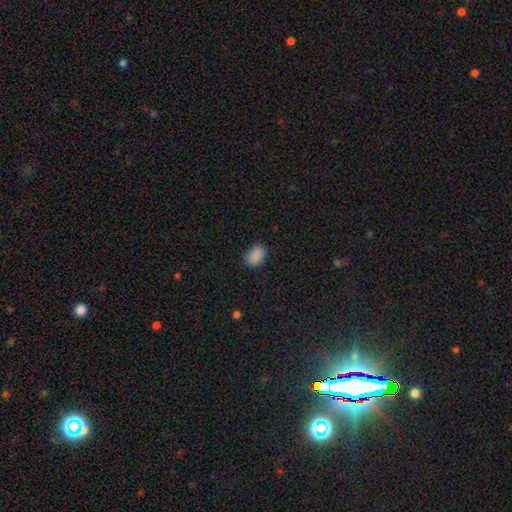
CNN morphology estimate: Smooth or featured?
  - smooth: 88% *
  - star or artifact: 9%
  - featured or disk: 3%
How rounded?
  - in between: 80% *
  - round: 18%
  - cigar-shaped: 1%
Merging?
  - none: 83% *
  - minor disturbance: 13%
  - major disturbance: 3%
  - merger: 1%